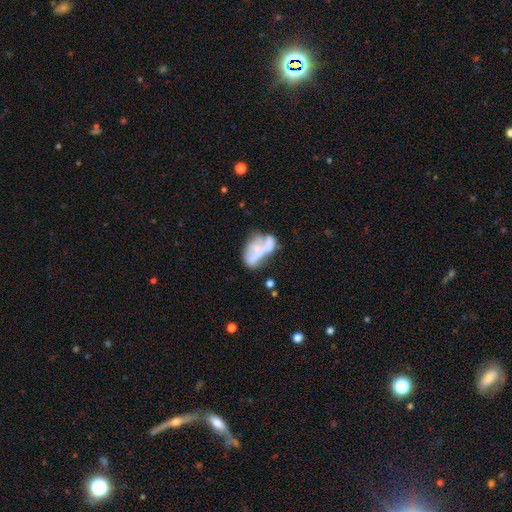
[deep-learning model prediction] This is possibly a featured or disk galaxy (51%). It is clearly not viewed edge-on (95%). Merging: marginally merger (30%).